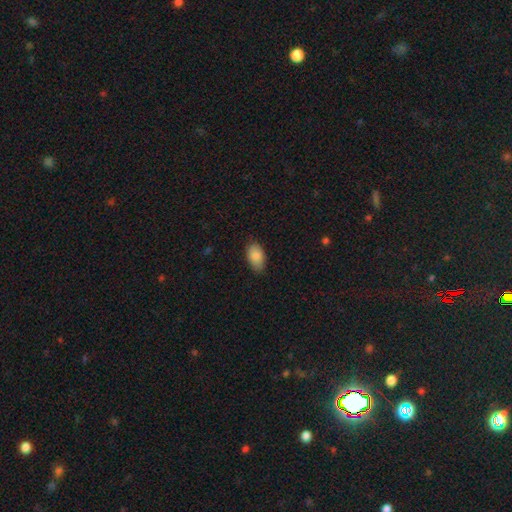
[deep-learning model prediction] Smooth or featured? Predicted: smooth (p=0.87). How rounded? Predicted: in between (p=0.93). Merging? Predicted: none (p=0.81).